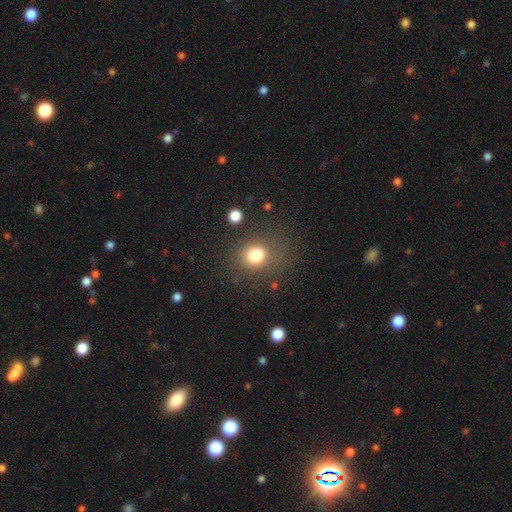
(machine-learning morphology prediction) A smooth galaxy with no disk features (79%) that is round (65%). Merging: none (70%).